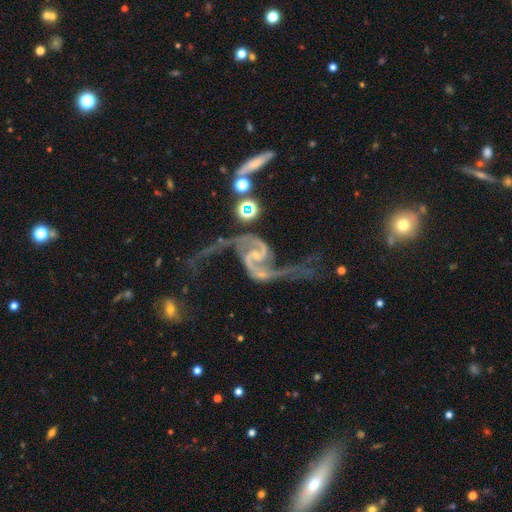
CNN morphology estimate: smooth_or_featured: featured or disk (p=0.93) [alt: star or artifact p=0.05]
disk_edge_on: no (p=0.97) [alt: yes p=0.03]
bar: no (p=0.41) [tied with: weak p=0.41]
has_spiral_arms: yes (p=0.98) [alt: no p=0.02]
spiral_winding: loose (p=0.67) [alt: medium p=0.26]
spiral_arm_count: 2 (p=0.94) [alt: can't tell p=0.01]
bulge_size: small (p=0.70) [alt: moderate p=0.19]
merging: none (p=0.48) [alt: major disturbance p=0.22]